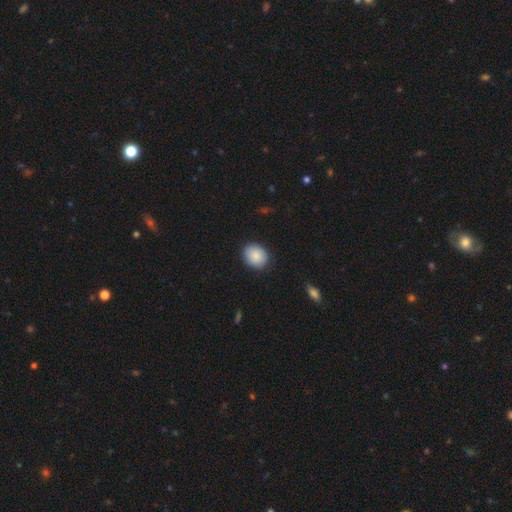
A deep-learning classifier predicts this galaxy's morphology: smooth-or-featured: smooth: 89% | star or artifact: 7% | featured or disk: 5%
  how-rounded: round: 58% | in between: 41% | cigar-shaped: 1%
  merging: none: 86% | minor disturbance: 10% | major disturbance: 2% | merger: 1%